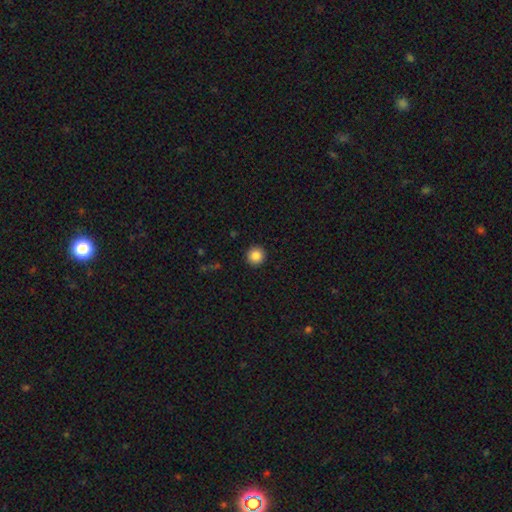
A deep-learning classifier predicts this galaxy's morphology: type=smooth (86%); roundness=round (95%); merging=none (93%).